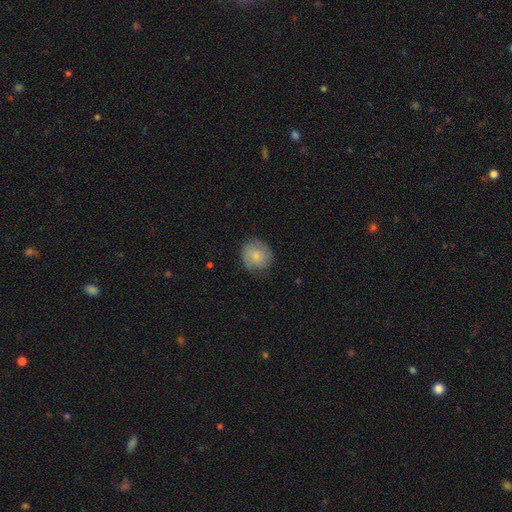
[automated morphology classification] Smooth or featured: smooth — 69% (featured or disk — 25%)
How rounded: round — 87% (in between — 12%)
Merging: none — 76% (minor disturbance — 18%)